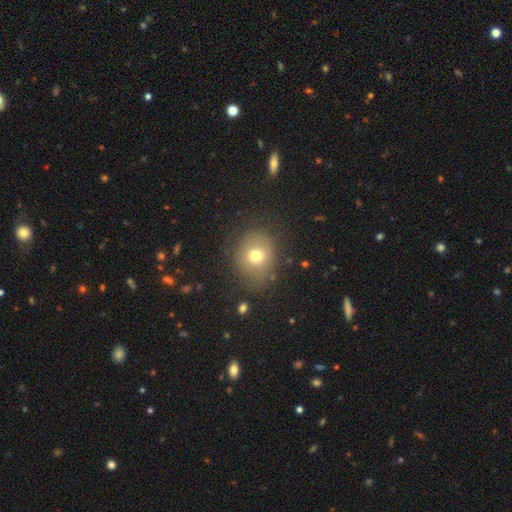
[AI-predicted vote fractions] A smooth galaxy with no disk features (69%) that is round (70%). Merging: none (73%).